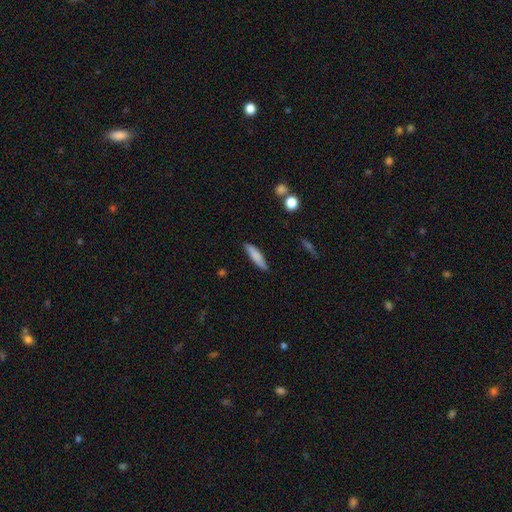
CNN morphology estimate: Smooth or featured: smooth — 79% (featured or disk — 15%)
How rounded: cigar-shaped — 77% (in between — 22%)
Merging: none — 84% (minor disturbance — 12%)